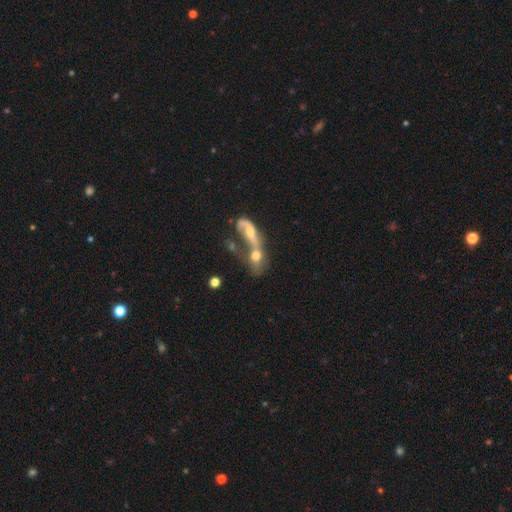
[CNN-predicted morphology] The model was most divided on "smooth or featured": smooth: 46%, featured or disk: 44%, star or artifact: 11%. More confident: merging — merger (76%).